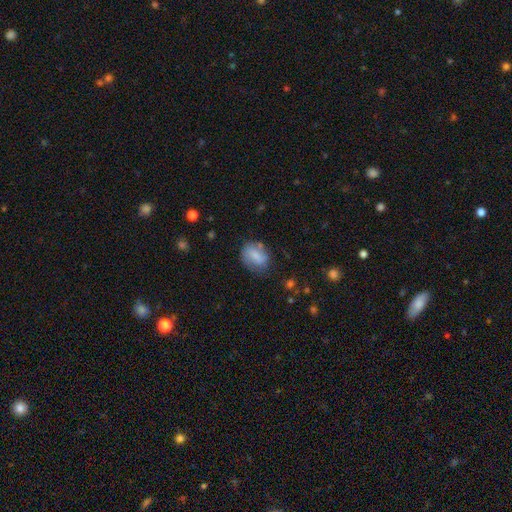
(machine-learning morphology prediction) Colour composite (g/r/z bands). It shows a smooth galaxy with no disk features (71%) that is in between round and cigar-shaped (64%). Merging: none (64%).